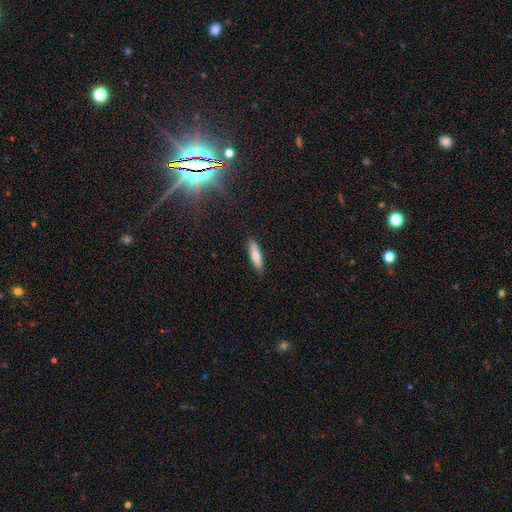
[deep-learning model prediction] Smooth or featured?
  - smooth: 78% *
  - featured or disk: 15%
  - star or artifact: 6%
How rounded?
  - cigar-shaped: 70% *
  - in between: 28%
  - round: 2%
Merging?
  - none: 86% *
  - minor disturbance: 10%
  - major disturbance: 2%
  - merger: 1%